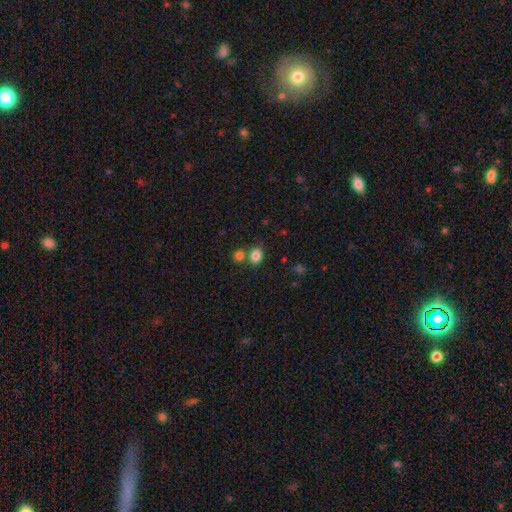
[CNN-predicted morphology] smooth-or-featured: smooth: 84% | star or artifact: 11% | featured or disk: 5%
  how-rounded: in between: 51% | round: 48% | cigar-shaped: 1%
  merging: none: 62% | merger: 25% | minor disturbance: 10% | major disturbance: 3%